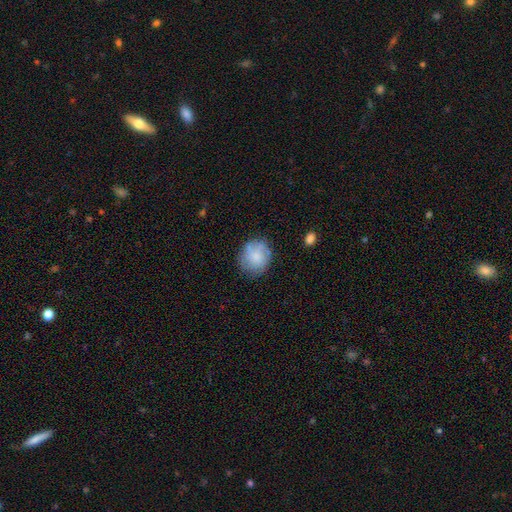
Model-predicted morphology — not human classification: smooth_or_featured: smooth (p=0.63) [alt: featured or disk p=0.29]
how_rounded: round (p=0.80) [alt: in between p=0.19]
merging: none (p=0.70) [alt: minor disturbance p=0.20]